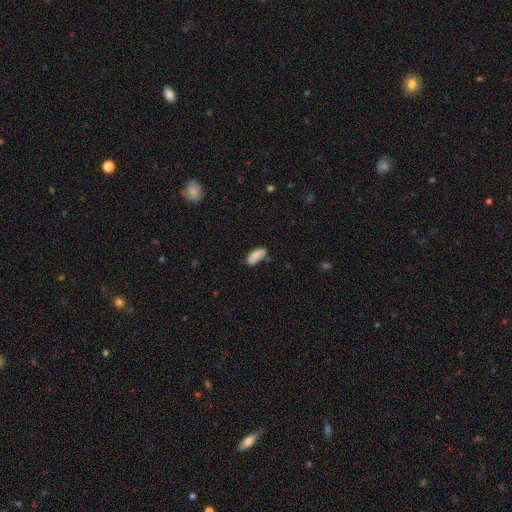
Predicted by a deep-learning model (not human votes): smooth 81%, featured or disk 12%, star or artifact 7%. Down the decision tree: how rounded — in between (86%); merging — none (59%).